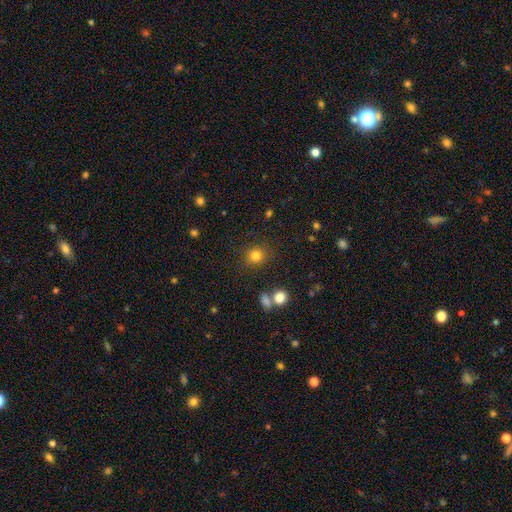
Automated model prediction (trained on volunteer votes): smooth 81%, star or artifact 13%, featured or disk 6%. Down the decision tree: how rounded — round (83%); merging — none (83%).